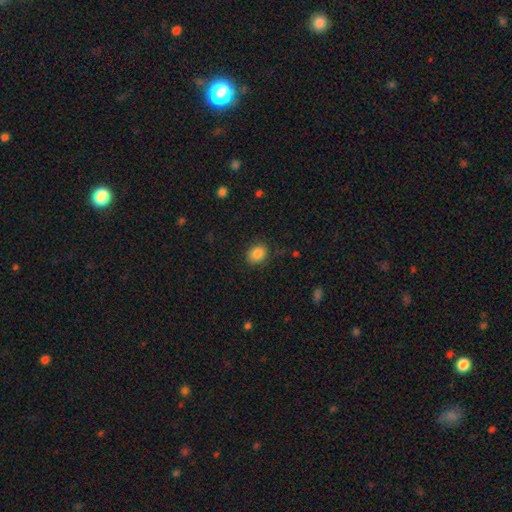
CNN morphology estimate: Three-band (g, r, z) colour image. It shows a smooth galaxy with no disk features (86%) that is in between round and cigar-shaped (51%). Merging: none (83%).